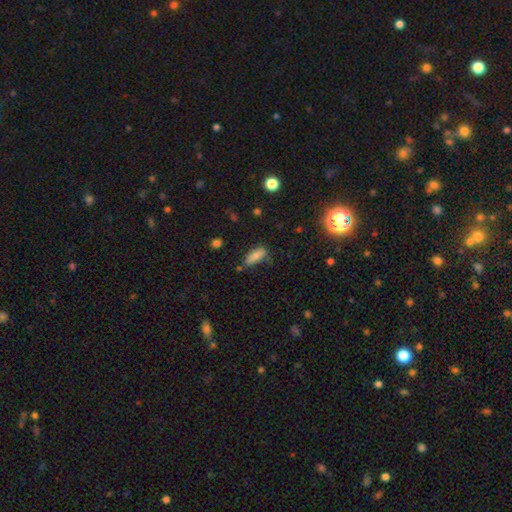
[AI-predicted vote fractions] smooth_or_featured: smooth (p=0.79) [alt: featured or disk p=0.11]
how_rounded: in between (p=0.77) [alt: cigar-shaped p=0.20]
merging: none (p=0.54) [alt: minor disturbance p=0.30]